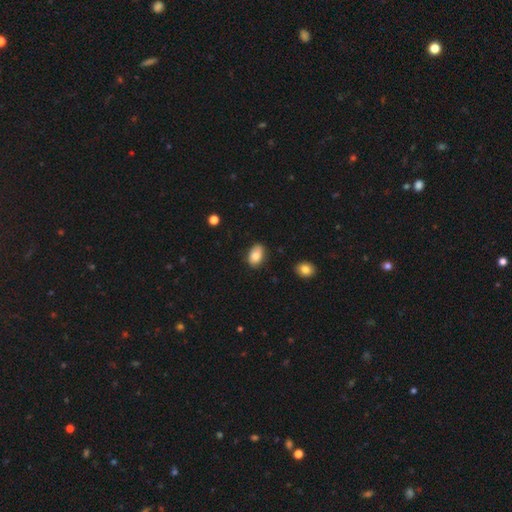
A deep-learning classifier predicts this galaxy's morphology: smooth 85%, star or artifact 8%, featured or disk 7%. Down the decision tree: how rounded — in between (90%); merging — none (76%).